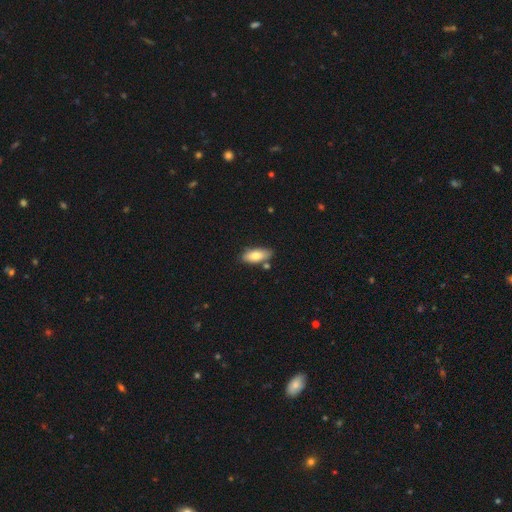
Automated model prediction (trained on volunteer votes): Smooth or featured? Predicted: smooth (p=0.79). How rounded? Predicted: in between (p=0.82). Merging? Predicted: none (p=0.75).